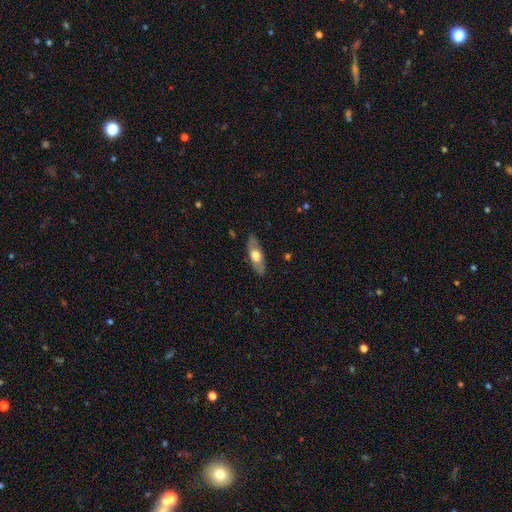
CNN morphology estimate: smooth 49%, featured or disk 46%, star or artifact 5%. Down the decision tree: merging — none (84%).